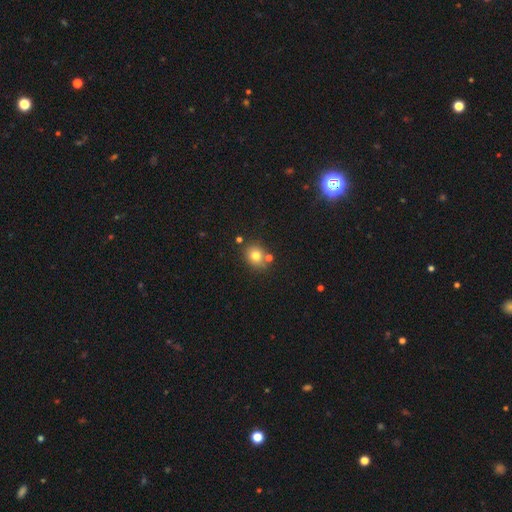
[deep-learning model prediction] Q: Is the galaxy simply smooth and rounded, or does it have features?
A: smooth — 76%.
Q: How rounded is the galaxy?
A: round — 69%.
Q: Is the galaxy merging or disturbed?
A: none — 70%.